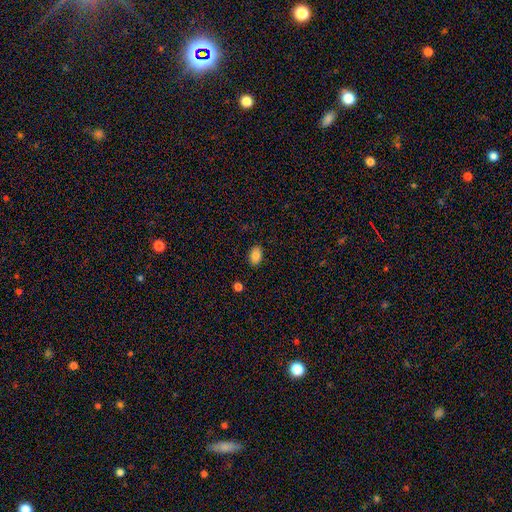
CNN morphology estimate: This appears to be a smooth galaxy with no disk features (84%) that is in between round and cigar-shaped (86%). Merging: none (87%).